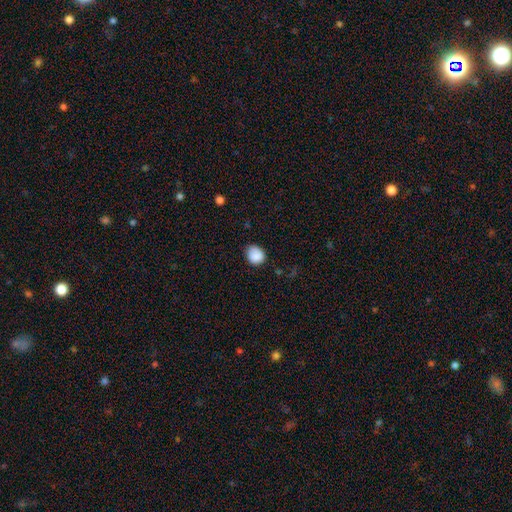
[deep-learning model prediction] This is clearly a smooth galaxy (87%). How rounded: likely round (63%). Merging: likely none (69%).